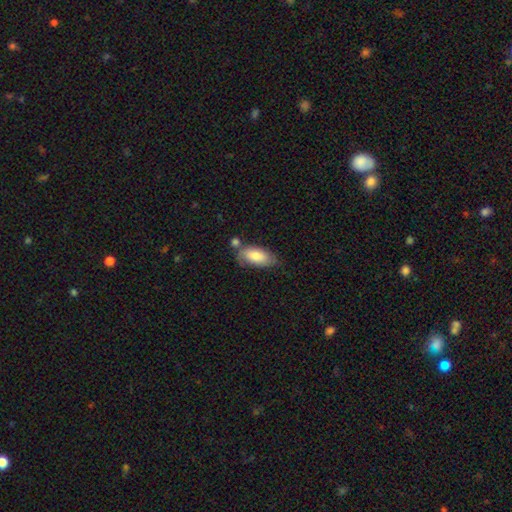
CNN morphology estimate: Q: Smooth or featured?
A: smooth (80%); runner-up: featured or disk (13%)
Q: How rounded?
A: in between (87%); runner-up: cigar-shaped (11%)
Q: Merging?
A: none (59%); runner-up: minor disturbance (23%)